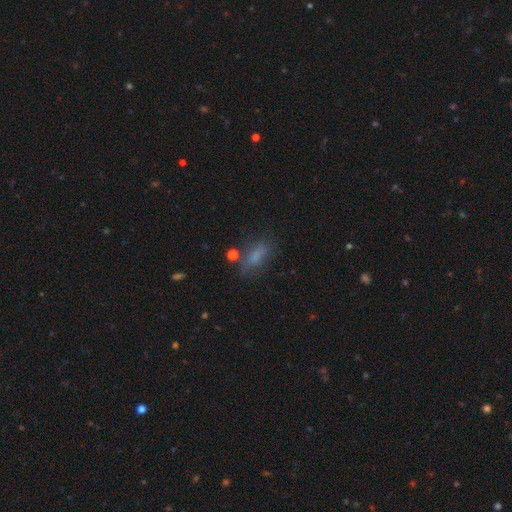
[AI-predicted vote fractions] The model was most divided on "merging": none: 60%, minor disturbance: 22%, major disturbance: 13%, merger: 5%. More confident: how rounded — in between (68%); smooth or featured — smooth (67%).